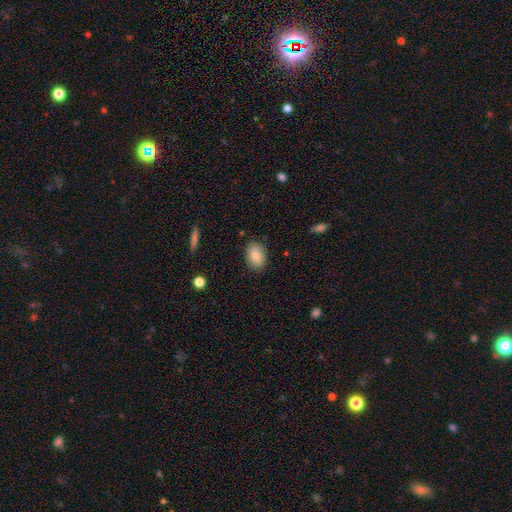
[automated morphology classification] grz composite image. It shows a smooth galaxy with no disk features (83%) that is in between round and cigar-shaped (79%). Merging: none (85%).